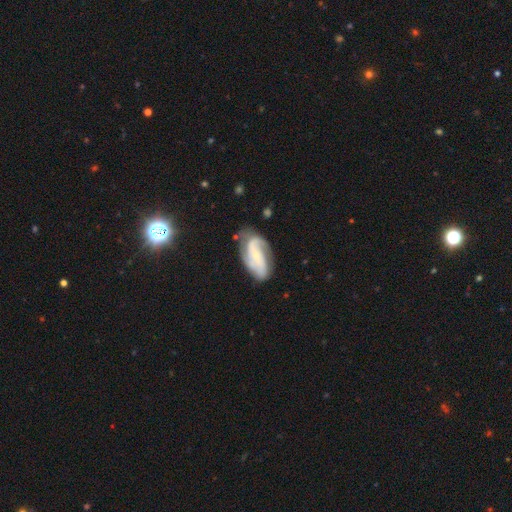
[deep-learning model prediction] Smooth or featured? featured or disk (80%)
Edge-on disk? no (96%)
Bar? no (52%)
Spiral arms? yes (94%)
Spiral winding? medium (42%)
Spiral arm count? 2 (59%)
Bulge size? small (74%)
Merging? none (63%)